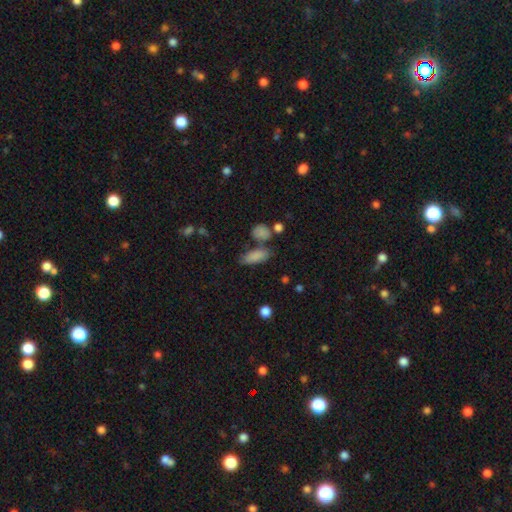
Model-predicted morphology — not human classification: Overall: smooth (84%). How rounded: in between (75%). Merging: none (63%).